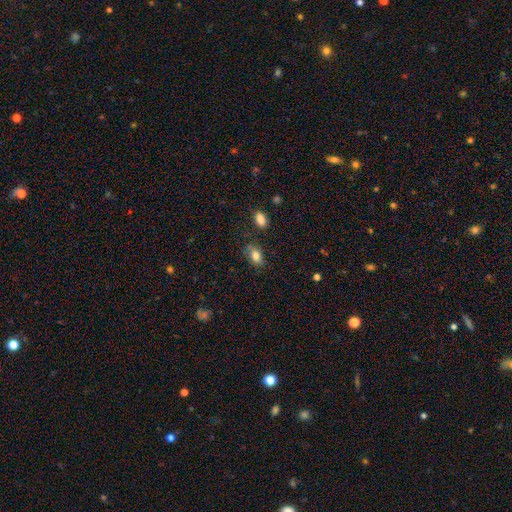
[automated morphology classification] This is likely a smooth galaxy (76%). How rounded: clearly in between (83%). Merging: likely none (62%).